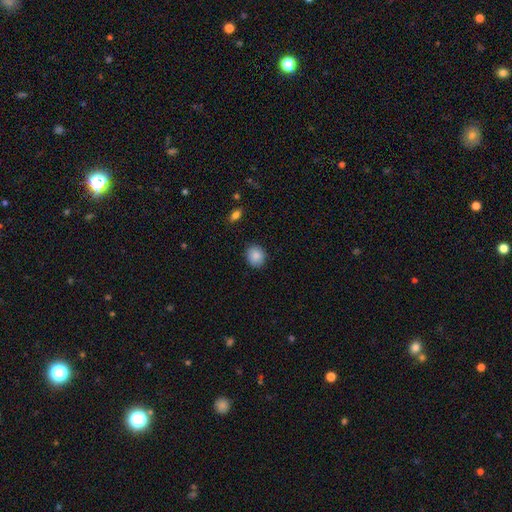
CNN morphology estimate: smooth_or_featured: smooth (p=0.87) [alt: star or artifact p=0.08]
how_rounded: round (p=0.71) [alt: in between p=0.28]
merging: none (p=0.88) [alt: minor disturbance p=0.09]